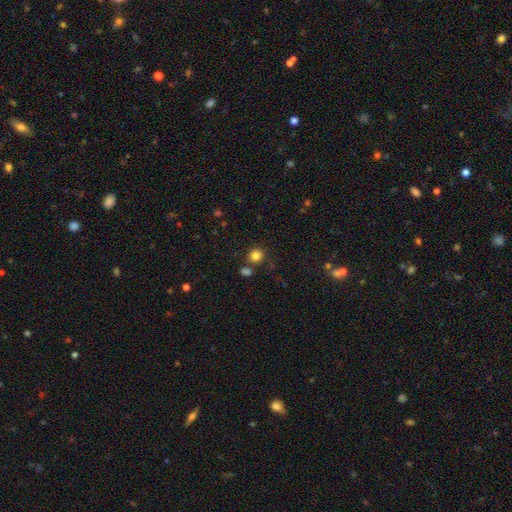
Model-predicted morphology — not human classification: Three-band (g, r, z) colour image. It shows a smooth galaxy with no disk features (82%) that is round (88%). Merging: none (79%).